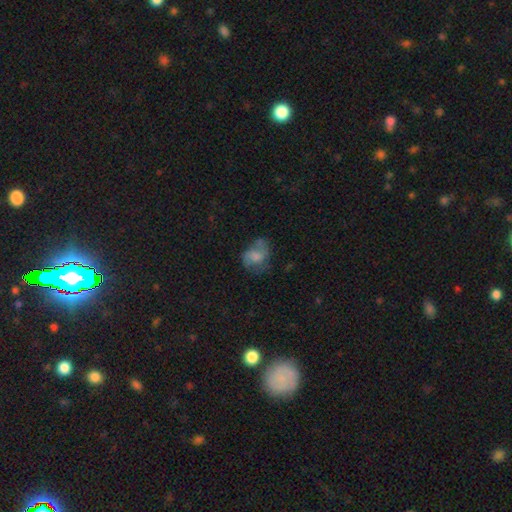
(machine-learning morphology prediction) A smooth galaxy with no disk features (55%) that is in between round and cigar-shaped (54%). Merging: none (39%).